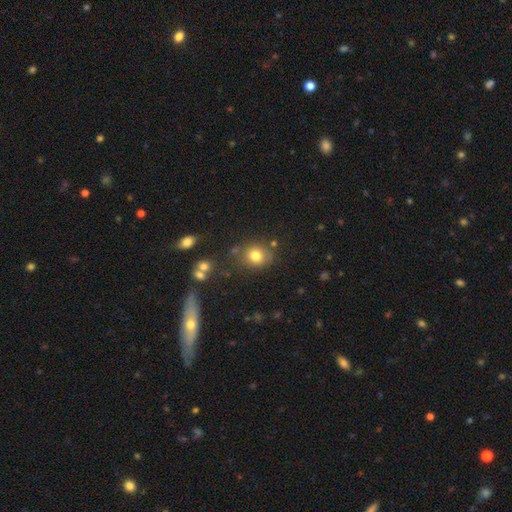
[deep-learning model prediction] Q: Smooth or featured?
A: smooth (78%); runner-up: star or artifact (13%)
Q: How rounded?
A: round (76%); runner-up: in between (23%)
Q: Merging?
A: none (76%); runner-up: minor disturbance (13%)